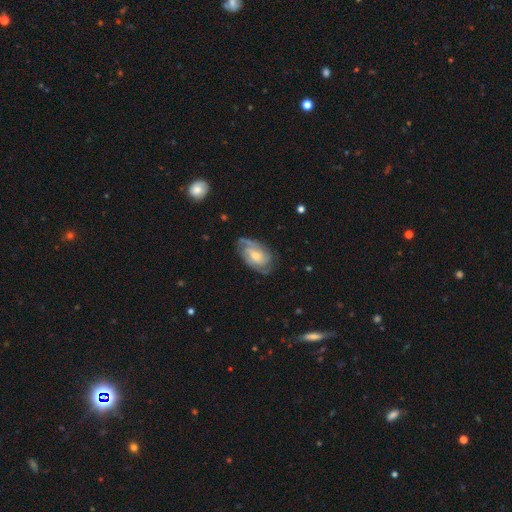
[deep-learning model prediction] smooth_or_featured: featured or disk (p=0.75) [alt: smooth p=0.19]
disk_edge_on: no (p=0.96) [alt: yes p=0.04]
bar: no (p=0.56) [alt: weak p=0.36]
has_spiral_arms: yes (p=0.92) [alt: no p=0.08]
spiral_winding: tight (p=0.49) [alt: medium p=0.39]
spiral_arm_count: 2 (p=0.47) [alt: can't tell p=0.26]
bulge_size: small (p=0.47) [alt: moderate p=0.43]
merging: none (p=0.68) [alt: minor disturbance p=0.22]